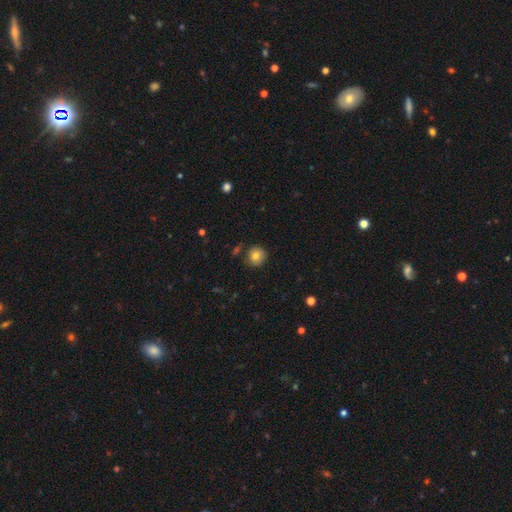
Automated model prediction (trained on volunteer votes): smooth 79%, featured or disk 11%, star or artifact 10%. Down the decision tree: how rounded — round (92%); merging — none (84%).